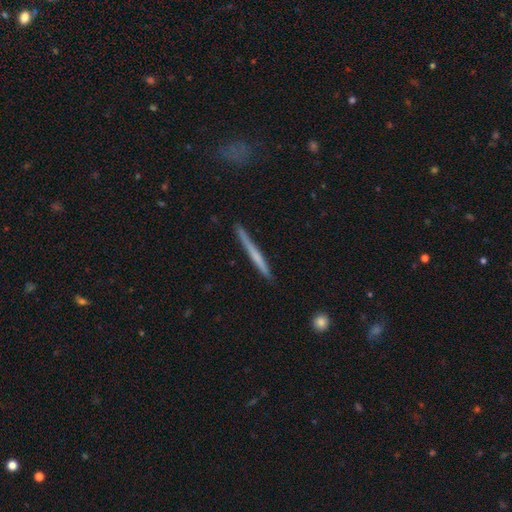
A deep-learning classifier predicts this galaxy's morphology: This appears to be a smooth galaxy with no disk features (48%). Merging: none (89%).